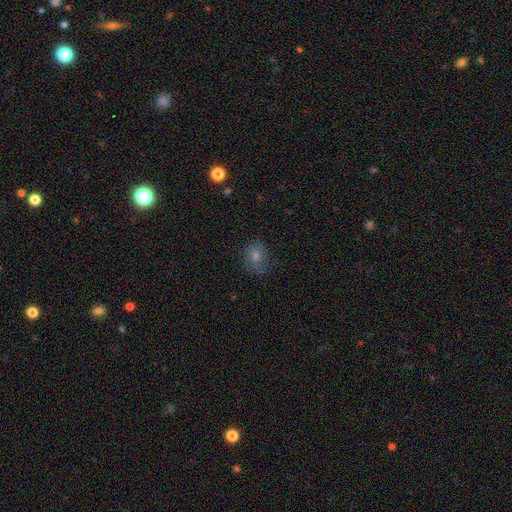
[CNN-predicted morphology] Smooth or featured? smooth (56%)
How rounded? round (60%)
Merging? none (69%)